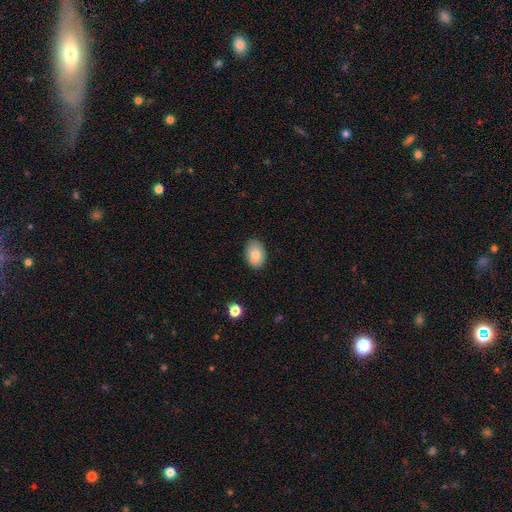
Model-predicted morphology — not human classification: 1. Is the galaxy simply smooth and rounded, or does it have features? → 78% smooth, 14% featured or disk, 8% star or artifact.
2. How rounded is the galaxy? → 86% in between, 13% round, 1% cigar-shaped.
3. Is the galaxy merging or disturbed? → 84% none, 12% minor disturbance, 2% major disturbance, 2% merger.